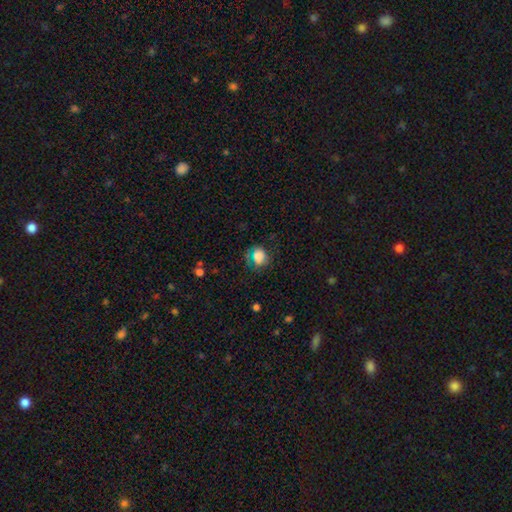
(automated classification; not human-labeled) Smooth or featured: smooth — 73% (star or artifact — 15%)
How rounded: round — 62% (in between — 37%)
Merging: none — 65% (minor disturbance — 21%)